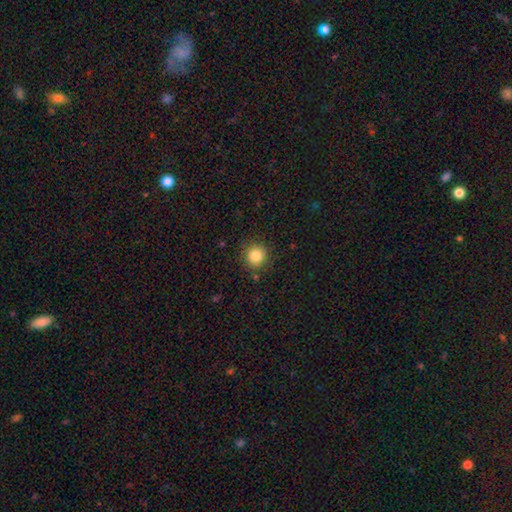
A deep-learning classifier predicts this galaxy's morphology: Smooth or featured: smooth — 85% (star or artifact — 11%)
How rounded: round — 93% (in between — 6%)
Merging: none — 88% (minor disturbance — 8%)